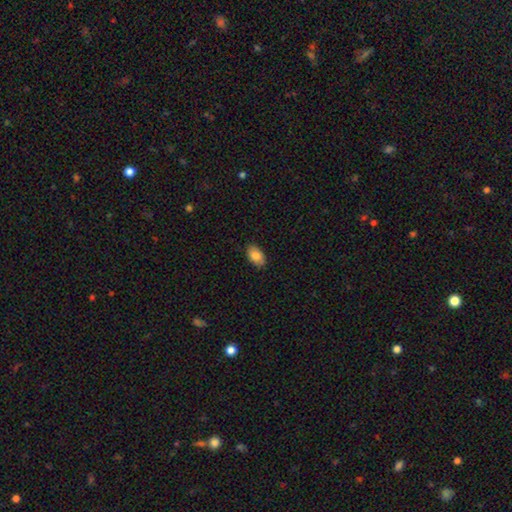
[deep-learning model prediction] Overall: smooth (85%). How rounded: in between (92%). Merging: none (87%).